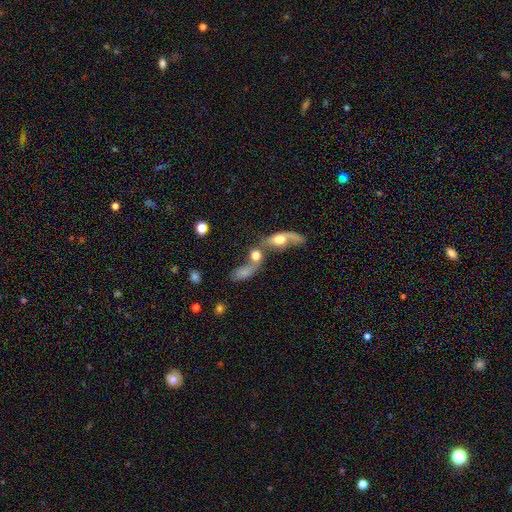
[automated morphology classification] A smooth galaxy with no disk features (61%) that is in between round and cigar-shaped (58%).

Vote fractions:
- Smooth or featured? smooth: 61% / featured or disk: 27% / star or artifact: 12%
- How rounded? in between: 58% / round: 29% / cigar-shaped: 13%
- Merging? merger: 67% / none: 16% / major disturbance: 10% / minor disturbance: 7%